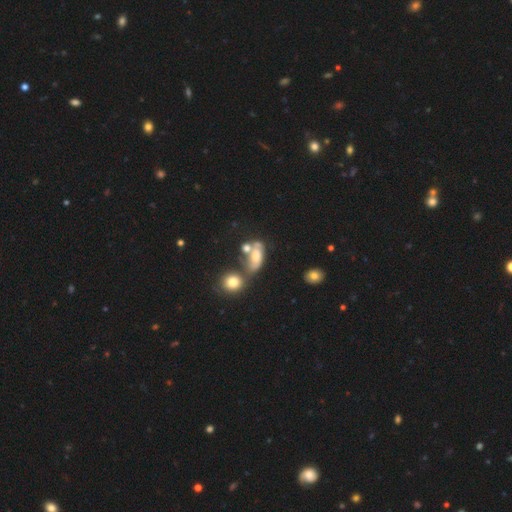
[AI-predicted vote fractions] Smooth or featured? smooth (51%)
How rounded? in between (82%)
Merging? merger (40%)